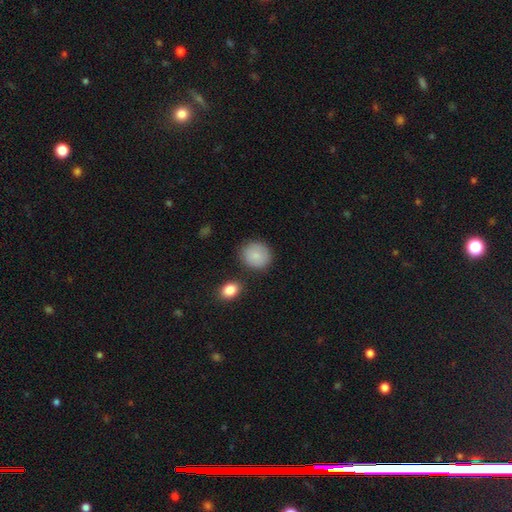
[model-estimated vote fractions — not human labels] Smooth or featured? Predicted: smooth (p=0.86). How rounded? Predicted: round (p=0.83). Merging? Predicted: none (p=0.83).